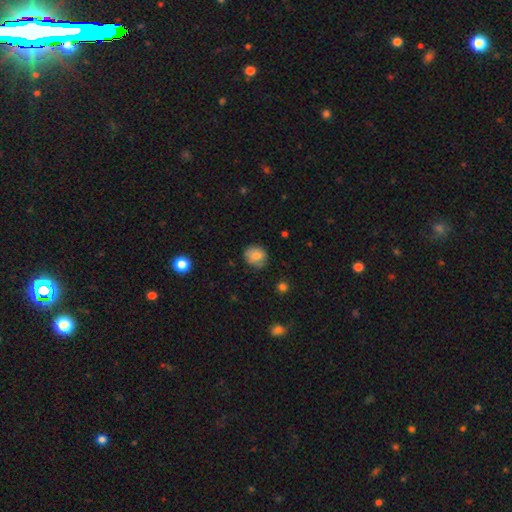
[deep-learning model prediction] The model was most divided on "how rounded": round: 75%, in between: 24%, cigar-shaped: 1%. More confident: smooth or featured — smooth (79%); merging — none (76%).